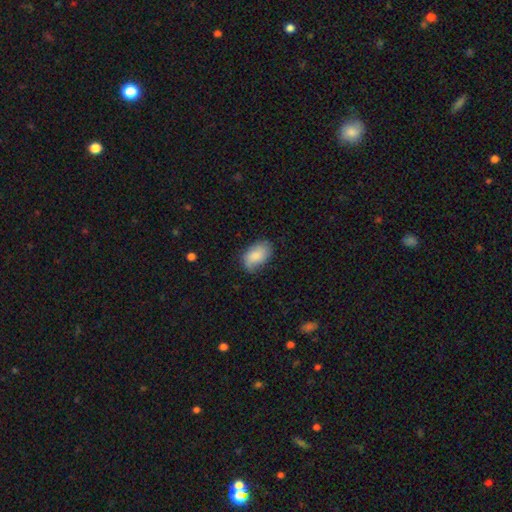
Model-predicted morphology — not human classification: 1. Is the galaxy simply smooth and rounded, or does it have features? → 78% smooth, 15% featured or disk, 7% star or artifact.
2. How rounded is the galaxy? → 91% in between, 7% round, 1% cigar-shaped.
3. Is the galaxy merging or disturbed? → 69% none, 25% minor disturbance, 5% major disturbance, 1% merger.